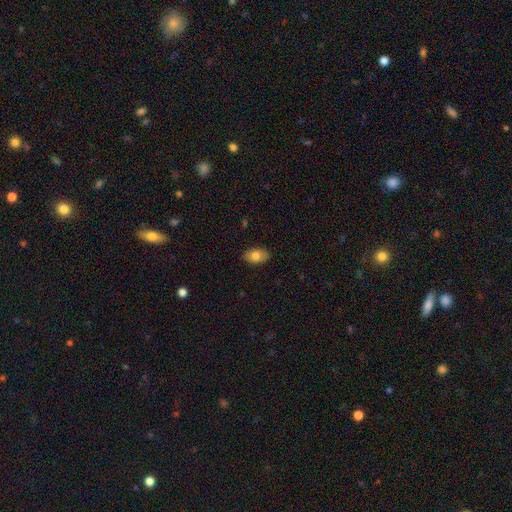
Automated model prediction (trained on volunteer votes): Smooth or featured?
  - smooth: 78% *
  - featured or disk: 15%
  - star or artifact: 7%
How rounded?
  - in between: 91% *
  - round: 8%
  - cigar-shaped: 2%
Merging?
  - none: 87% *
  - minor disturbance: 10%
  - major disturbance: 2%
  - merger: 1%